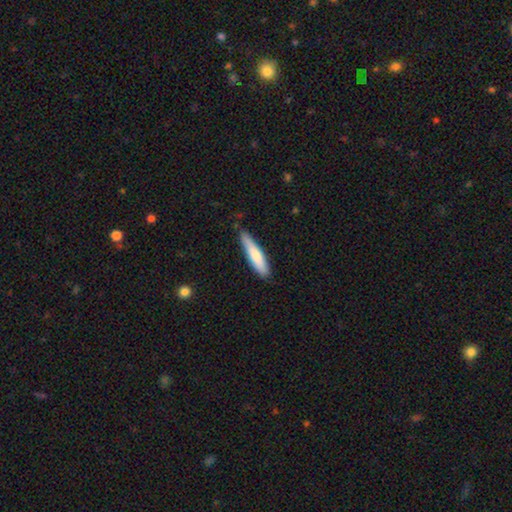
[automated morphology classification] smooth 73%, featured or disk 22%, star or artifact 5%. Down the decision tree: how rounded — cigar-shaped (82%); merging — none (79%).